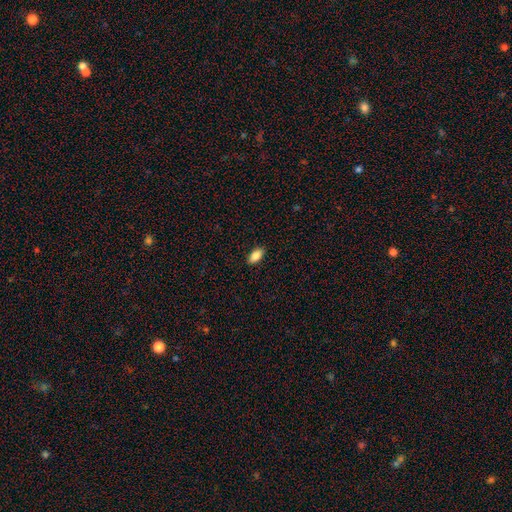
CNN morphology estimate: Smooth or featured? Predicted: smooth (p=0.87). How rounded? Predicted: in between (p=0.91). Merging? Predicted: none (p=0.89).